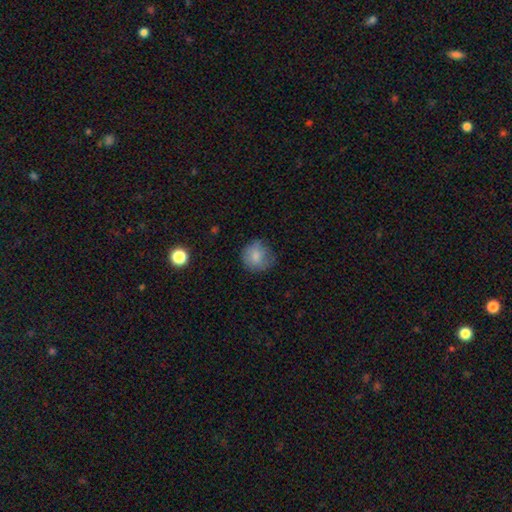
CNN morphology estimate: smooth_or_featured: smooth (p=0.79) [alt: featured or disk p=0.12]
how_rounded: round (p=0.82) [alt: in between p=0.17]
merging: none (p=0.64) [alt: minor disturbance p=0.25]